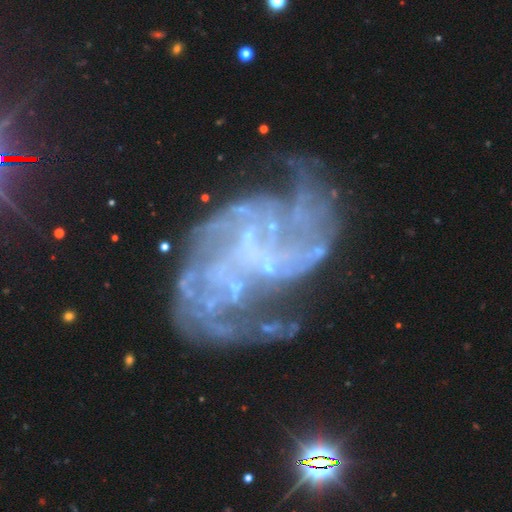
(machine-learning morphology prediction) Smooth or featured? Predicted: featured or disk (p=0.83). Edge-on disk? Predicted: no (p=0.98). Bar? Predicted: no (p=0.54). Spiral arms? Predicted: yes (p=0.84). Spiral winding? Predicted: medium (p=0.40). Spiral arm count? Predicted: can't tell (p=0.31). Bulge size? Predicted: none (p=0.60). Merging? Predicted: none (p=0.43).